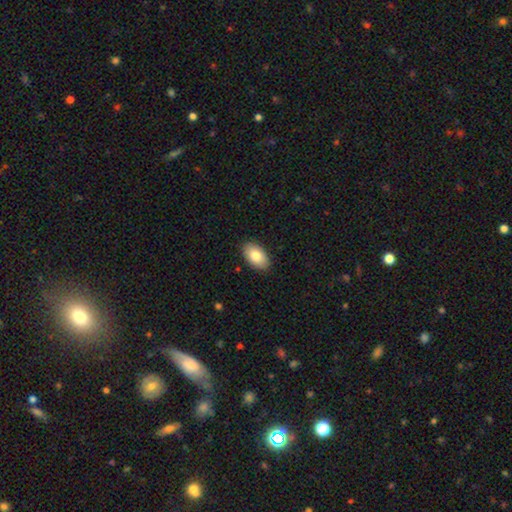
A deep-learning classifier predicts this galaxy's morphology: This is clearly a smooth galaxy (83%). How rounded: clearly in between (94%). Merging: clearly none (89%).